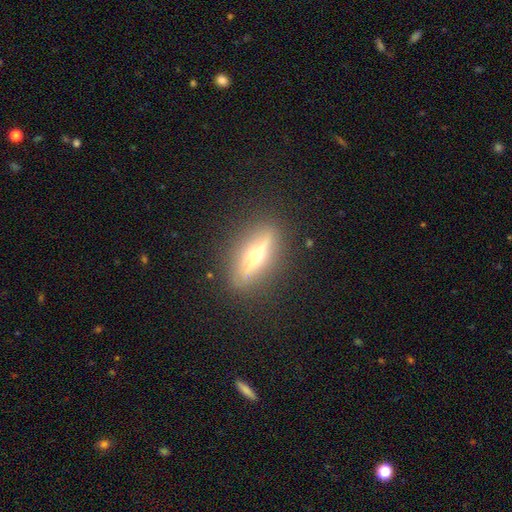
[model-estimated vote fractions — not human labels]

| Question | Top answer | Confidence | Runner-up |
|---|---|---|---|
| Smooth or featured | featured or disk | 70% | smooth (23%) |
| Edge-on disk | yes | 91% | no (9%) |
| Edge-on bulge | rounded | 95% | none (3%) |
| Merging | none | 88% | minor disturbance (8%) |